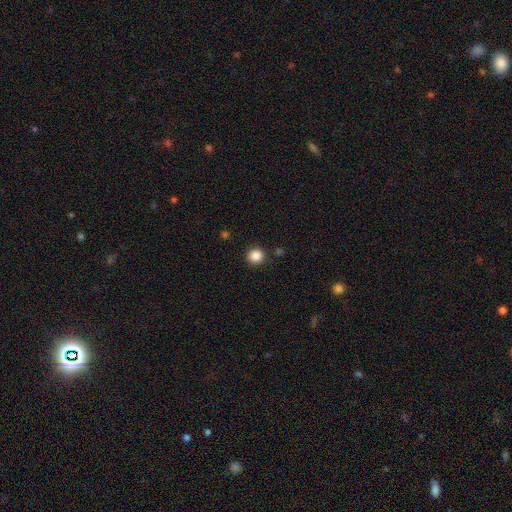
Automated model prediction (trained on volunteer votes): A smooth galaxy with no disk features (85%) that is round (93%).

Vote fractions:
- Smooth or featured? smooth: 85% / star or artifact: 11% / featured or disk: 3%
- How rounded? round: 93% / in between: 6% / cigar-shaped: 1%
- Merging? none: 90% / minor disturbance: 6% / major disturbance: 2% / merger: 2%